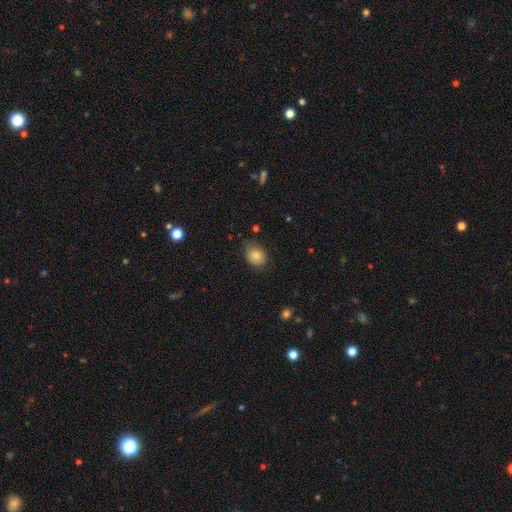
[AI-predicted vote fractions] Smooth or featured: smooth — 79% (featured or disk — 11%)
How rounded: in between — 50% (round — 49%)
Merging: none — 72% (minor disturbance — 23%)